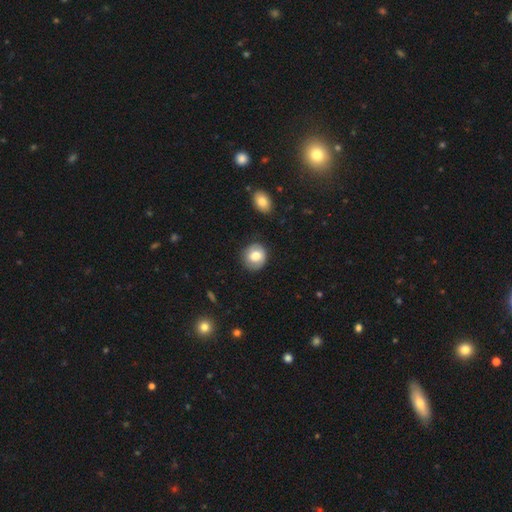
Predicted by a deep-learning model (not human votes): Smooth or featured? Predicted: smooth (p=0.74). How rounded? Predicted: round (p=0.80). Merging? Predicted: none (p=0.83).